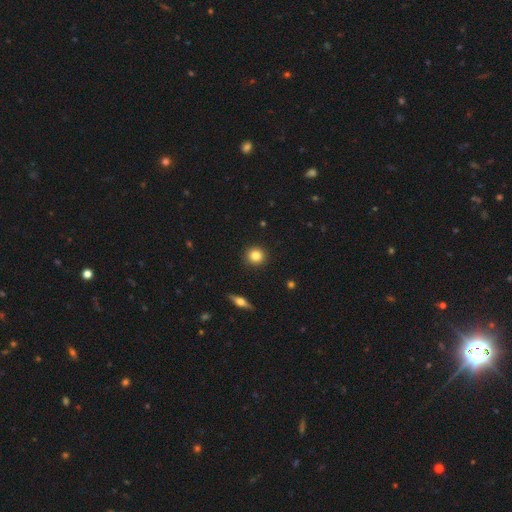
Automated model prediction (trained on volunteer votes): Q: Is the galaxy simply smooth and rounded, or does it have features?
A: smooth — 83%.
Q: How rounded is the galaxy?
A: round — 92%.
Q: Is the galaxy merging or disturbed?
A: none — 92%.